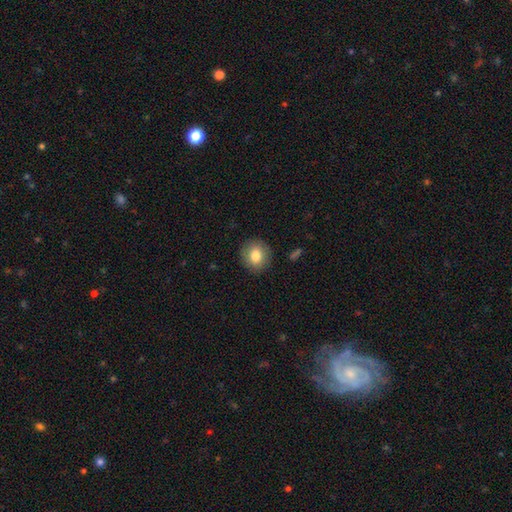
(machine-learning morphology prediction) Smooth or featured? Predicted: smooth (p=0.81). How rounded? Predicted: round (p=0.85). Merging? Predicted: none (p=0.89).